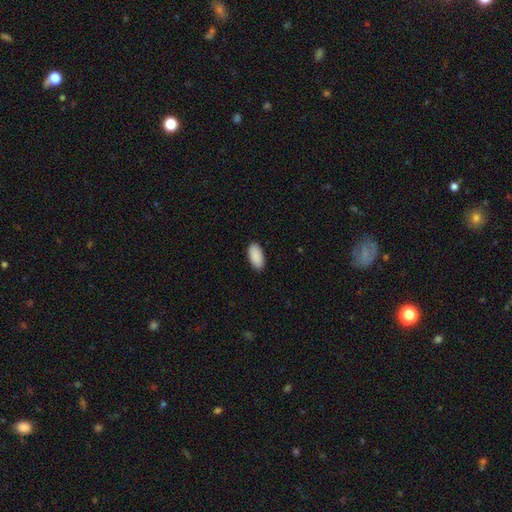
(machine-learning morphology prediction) type=smooth (91%); roundness=in between (94%); merging=none (89%).